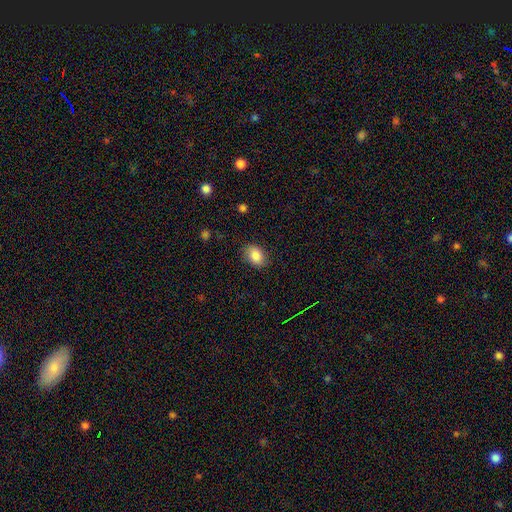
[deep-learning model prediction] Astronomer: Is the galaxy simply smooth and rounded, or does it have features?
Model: smooth — 85%.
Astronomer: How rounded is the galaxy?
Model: in between — 74%.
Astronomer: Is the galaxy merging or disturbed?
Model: none — 82%.